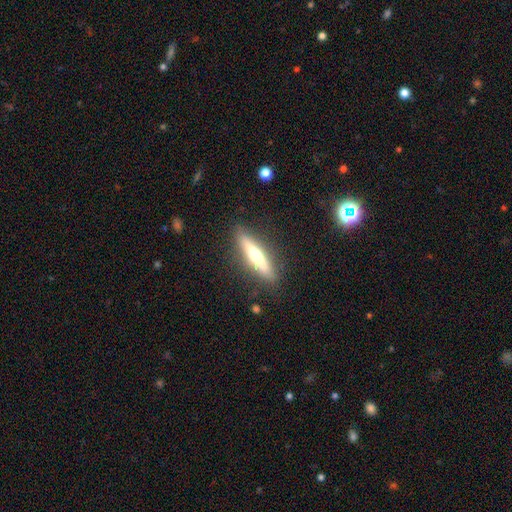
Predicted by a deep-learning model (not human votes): Morphology: type=featured or disk (55%); edge-on=yes (92%); edge-on bulge=rounded (87%); merging=none (87%).